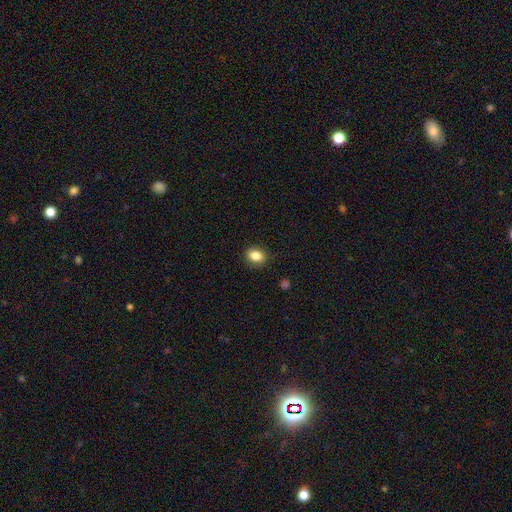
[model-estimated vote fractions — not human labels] Smooth or featured? smooth (85%)
How rounded? in between (61%)
Merging? none (87%)